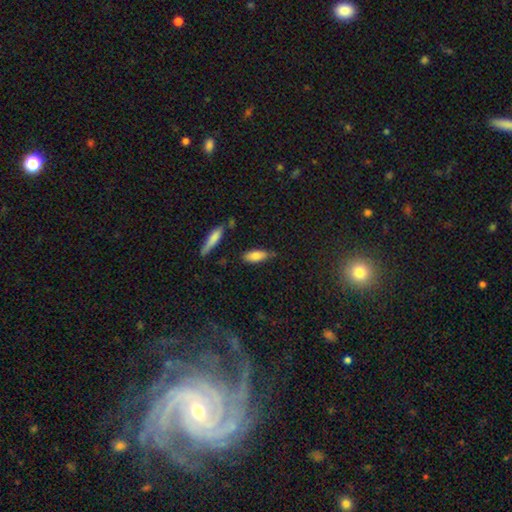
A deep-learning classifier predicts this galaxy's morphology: This is clearly a smooth galaxy (80%). How rounded: likely in between (69%). Merging: likely none (72%).